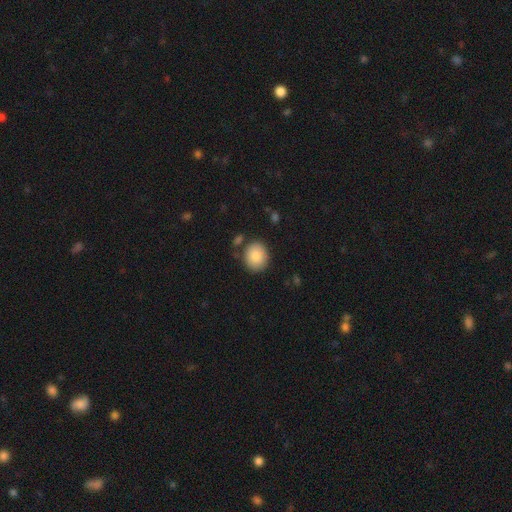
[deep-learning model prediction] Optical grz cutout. It shows a smooth galaxy with no disk features (87%) that is round (66%). Merging: none (77%).